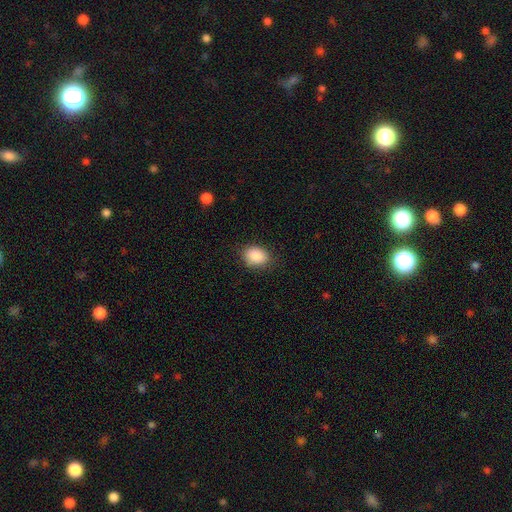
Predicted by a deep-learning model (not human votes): Q: Smooth or featured?
A: smooth (88%); runner-up: star or artifact (8%)
Q: How rounded?
A: in between (68%); runner-up: round (31%)
Q: Merging?
A: none (83%); runner-up: minor disturbance (13%)